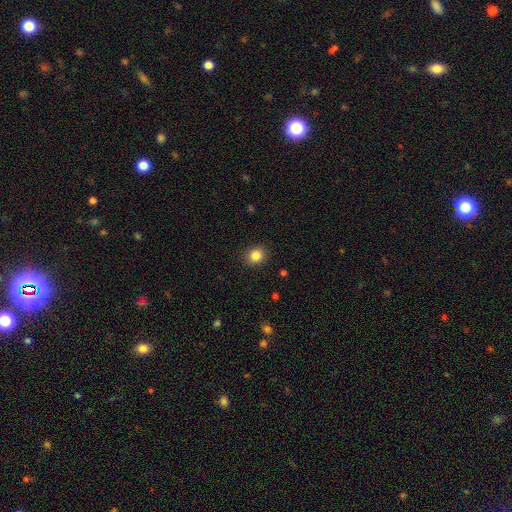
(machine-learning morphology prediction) Smooth or featured?
  - smooth: 85% *
  - star or artifact: 10%
  - featured or disk: 4%
How rounded?
  - round: 72% *
  - in between: 27%
  - cigar-shaped: 1%
Merging?
  - none: 89% *
  - minor disturbance: 7%
  - major disturbance: 2%
  - merger: 1%